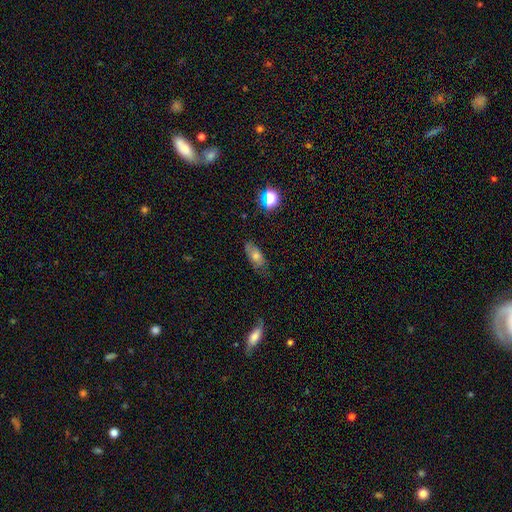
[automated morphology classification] smooth-or-featured: smooth: 55% | featured or disk: 33% | star or artifact: 12%
  how-rounded: in between: 79% | cigar-shaped: 15% | round: 6%
  merging: none: 67% | minor disturbance: 24% | major disturbance: 7% | merger: 2%